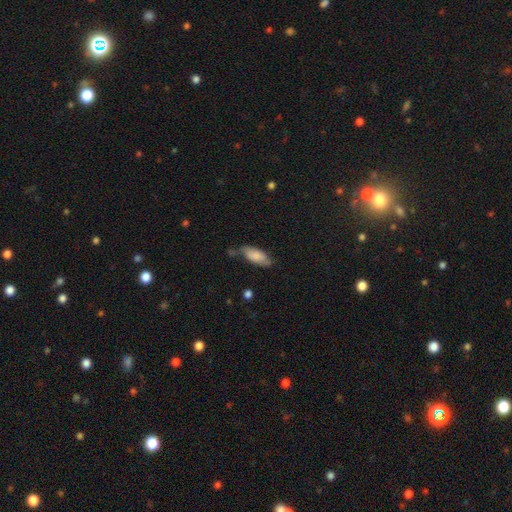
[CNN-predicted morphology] Q: Smooth or featured?
A: smooth (72%); runner-up: featured or disk (22%)
Q: How rounded?
A: in between (82%); runner-up: cigar-shaped (16%)
Q: Merging?
A: none (48%); runner-up: minor disturbance (33%)